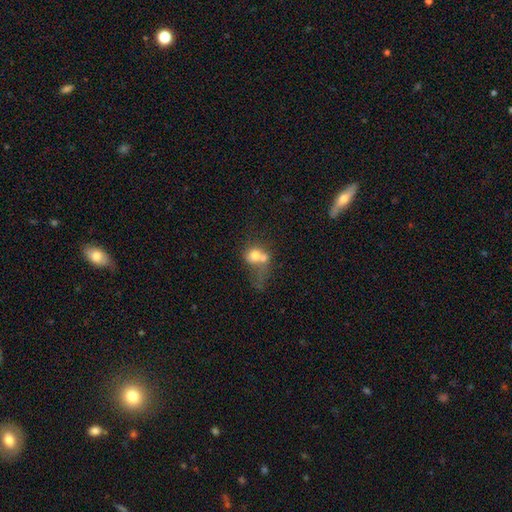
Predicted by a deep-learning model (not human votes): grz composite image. It shows a smooth galaxy with no disk features (66%) that is round (63%). Merging: merger (59%).